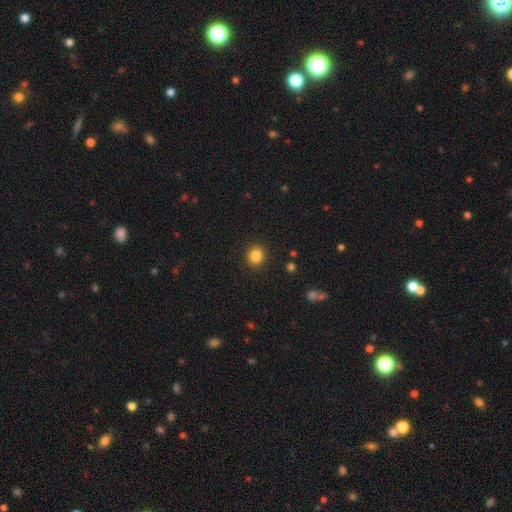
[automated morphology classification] The model was most divided on "how rounded": round: 82%, in between: 17%, cigar-shaped: 1%. More confident: merging — none (91%); smooth or featured — smooth (85%).